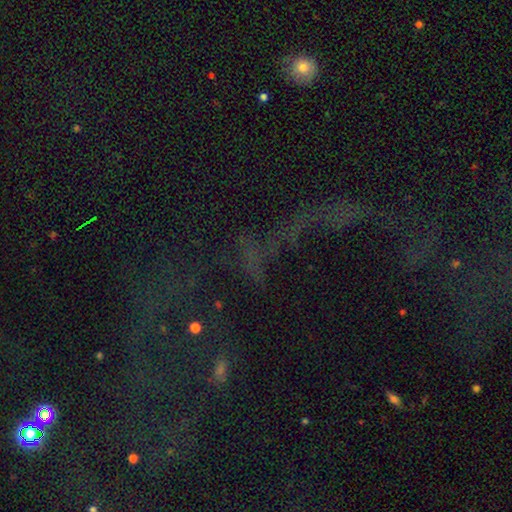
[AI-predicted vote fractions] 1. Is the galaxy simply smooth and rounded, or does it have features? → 67% star or artifact, 16% smooth, 16% featured or disk.